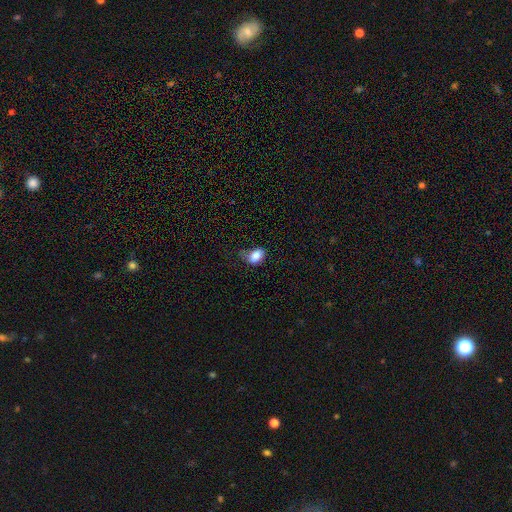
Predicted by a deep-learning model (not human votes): This appears to be a smooth galaxy with no disk features (84%) that is in between round and cigar-shaped (82%). Merging: none (43%).